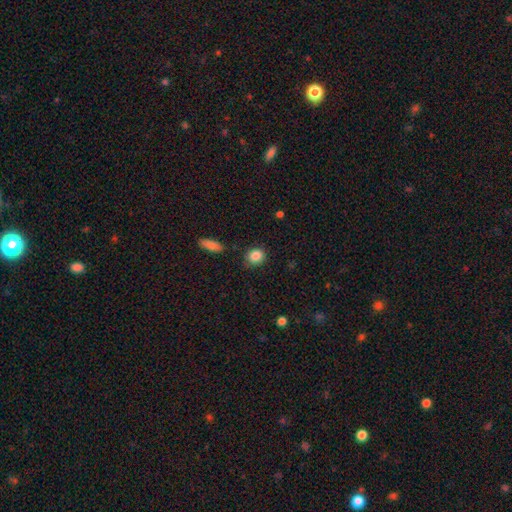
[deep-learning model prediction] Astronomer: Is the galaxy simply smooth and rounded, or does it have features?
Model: smooth — 87%.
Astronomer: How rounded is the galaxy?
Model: round — 73%.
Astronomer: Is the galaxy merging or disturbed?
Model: none — 81%.